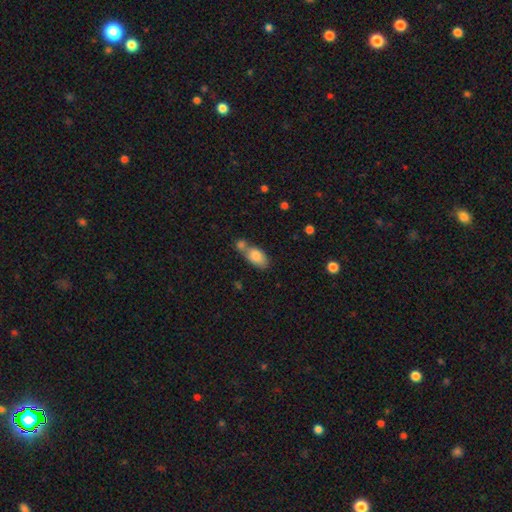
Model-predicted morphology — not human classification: A smooth galaxy with no disk features (82%) that is in between round and cigar-shaped (89%). Merging: merger (43%).